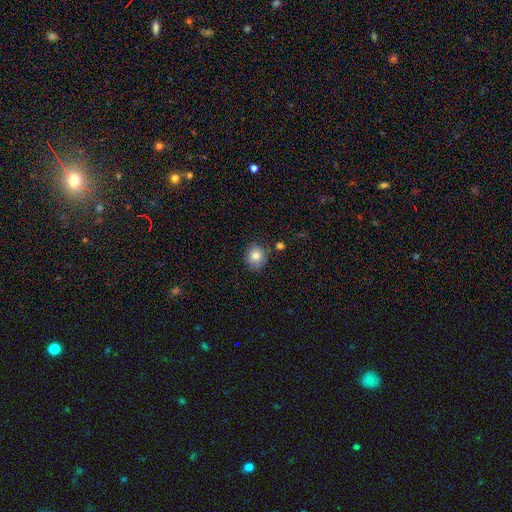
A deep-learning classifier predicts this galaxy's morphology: smooth_or_featured: smooth (p=0.81) [alt: star or artifact p=0.10]
how_rounded: round (p=0.82) [alt: in between p=0.17]
merging: none (p=0.81) [alt: minor disturbance p=0.11]